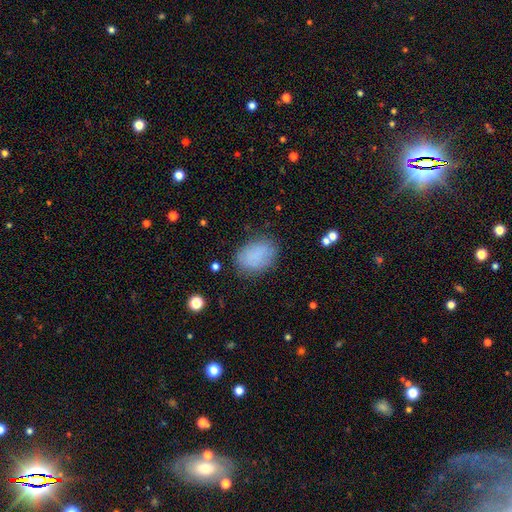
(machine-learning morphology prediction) A smooth galaxy with no disk features (83%) that is in between round and cigar-shaped (78%).

Vote fractions:
- Smooth or featured? smooth: 83% / star or artifact: 9% / featured or disk: 9%
- How rounded? in between: 78% / round: 20% / cigar-shaped: 1%
- Merging? none: 77% / minor disturbance: 16% / major disturbance: 5% / merger: 2%